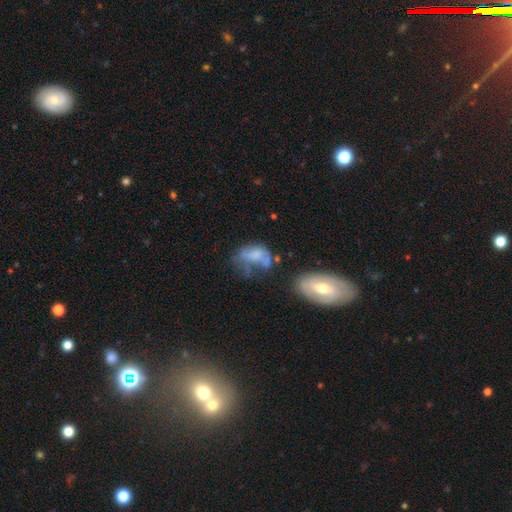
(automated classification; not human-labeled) Smooth or featured: smooth — 50% (featured or disk — 37%)
How rounded: in between — 82% (round — 15%)
Merging: major disturbance — 41% (minor disturbance — 21%)